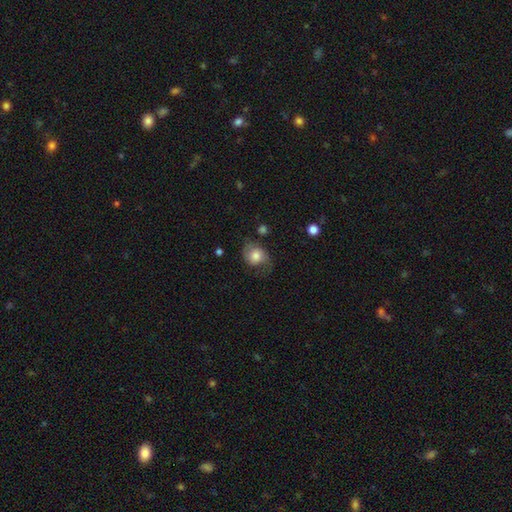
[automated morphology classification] Smooth or featured: smooth — 61% (featured or disk — 31%)
How rounded: round — 59% (in between — 40%)
Merging: none — 50% (minor disturbance — 29%)